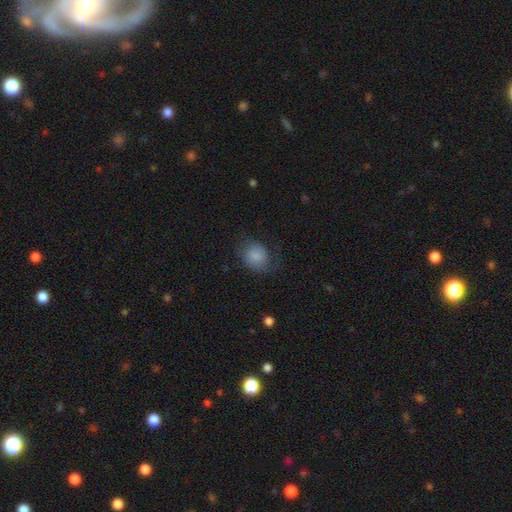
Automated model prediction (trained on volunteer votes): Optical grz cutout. It shows a smooth galaxy with no disk features (79%) that is round (59%). Merging: none (62%).